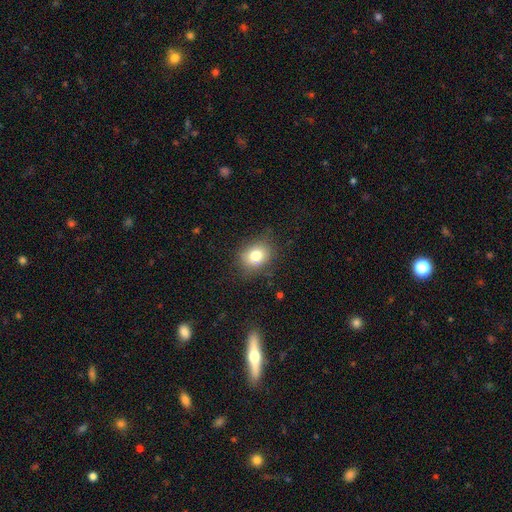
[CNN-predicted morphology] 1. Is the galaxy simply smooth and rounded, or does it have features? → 79% smooth, 11% star or artifact, 10% featured or disk.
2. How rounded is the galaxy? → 52% round, 47% in between, 1% cigar-shaped.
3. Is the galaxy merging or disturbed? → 81% none, 14% minor disturbance, 4% major disturbance, 1% merger.